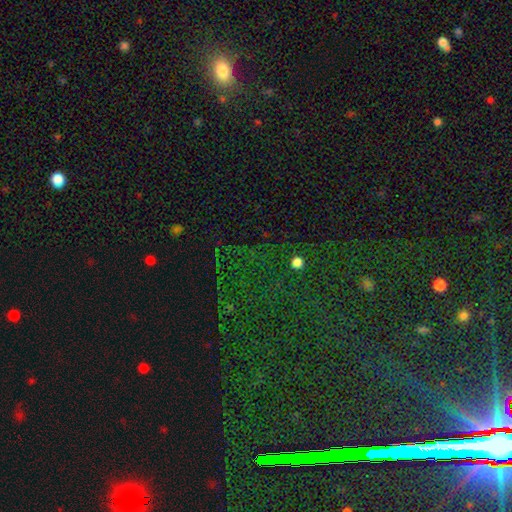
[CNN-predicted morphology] A star or artifact, not a galaxy (77%).

Vote fractions:
- Smooth or featured? star or artifact: 77% / smooth: 15% / featured or disk: 8%